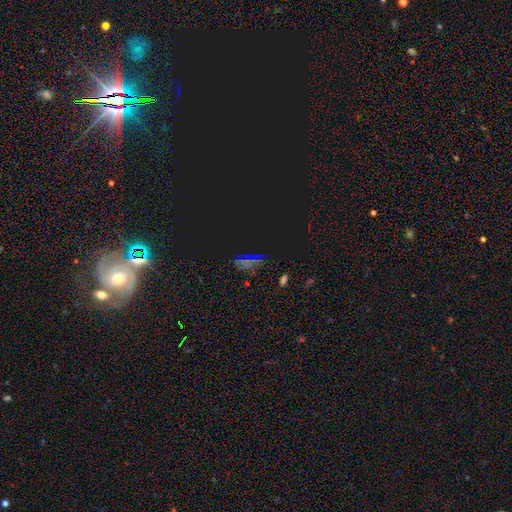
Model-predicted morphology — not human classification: A star or artifact, not a galaxy (59%).

Vote fractions:
- Smooth or featured? star or artifact: 59% / smooth: 24% / featured or disk: 16%